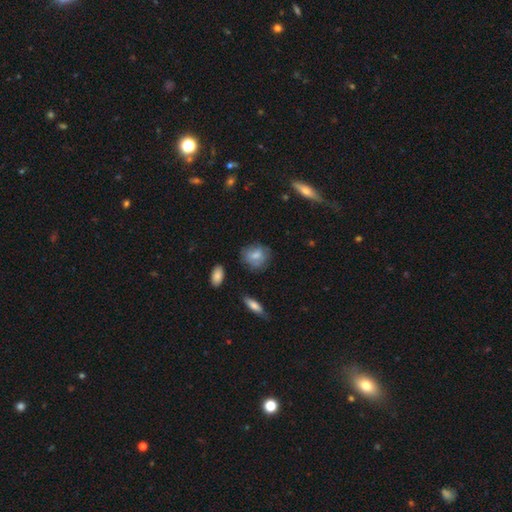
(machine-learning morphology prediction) Smooth or featured?
  - smooth: 72% *
  - featured or disk: 20%
  - star or artifact: 8%
How rounded?
  - round: 57% *
  - in between: 41%
  - cigar-shaped: 2%
Merging?
  - none: 67% *
  - minor disturbance: 23%
  - major disturbance: 7%
  - merger: 2%